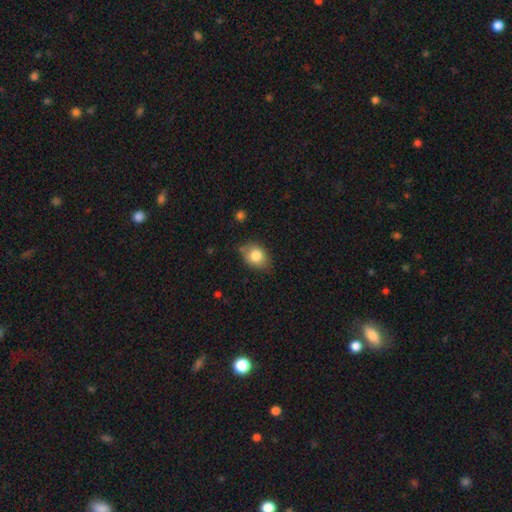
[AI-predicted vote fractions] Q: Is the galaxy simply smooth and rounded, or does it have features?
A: smooth — 81%.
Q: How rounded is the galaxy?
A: in between — 65%.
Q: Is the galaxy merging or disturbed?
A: none — 68%.